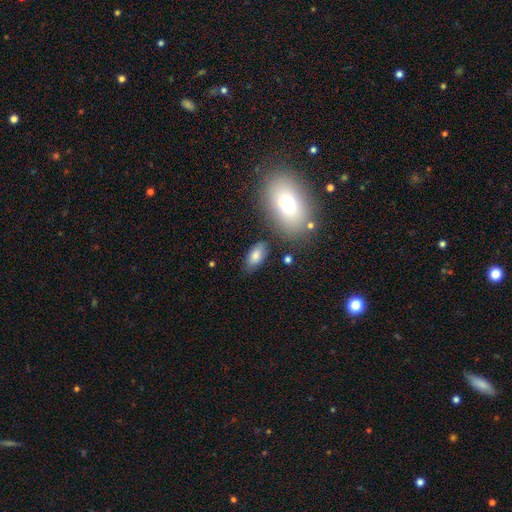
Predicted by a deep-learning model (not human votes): smooth-or-featured: smooth: 79% | featured or disk: 12% | star or artifact: 9%
  how-rounded: in between: 92% | round: 4% | cigar-shaped: 4%
  merging: none: 75% | minor disturbance: 16% | merger: 5% | major disturbance: 4%